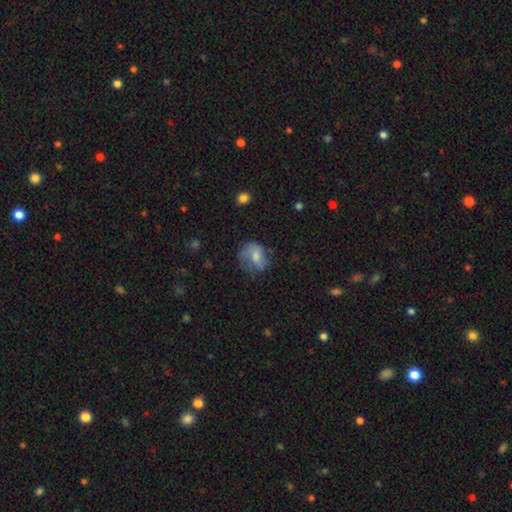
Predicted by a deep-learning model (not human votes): smooth_or_featured: featured or disk (p=0.51) [alt: smooth p=0.40]
disk_edge_on: no (p=0.97) [alt: yes p=0.03]
merging: none (p=0.51) [alt: minor disturbance p=0.26]